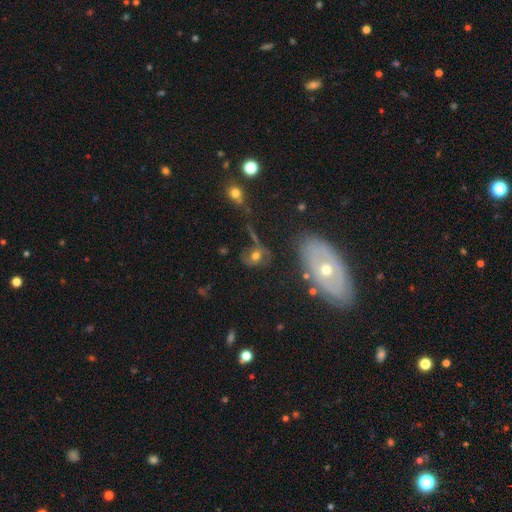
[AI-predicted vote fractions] A smooth galaxy with no disk features (47%).

Vote fractions:
- Smooth or featured? smooth: 47% / featured or disk: 37% / star or artifact: 16%
- Merging? none: 48% / minor disturbance: 20% / major disturbance: 19% / merger: 12%